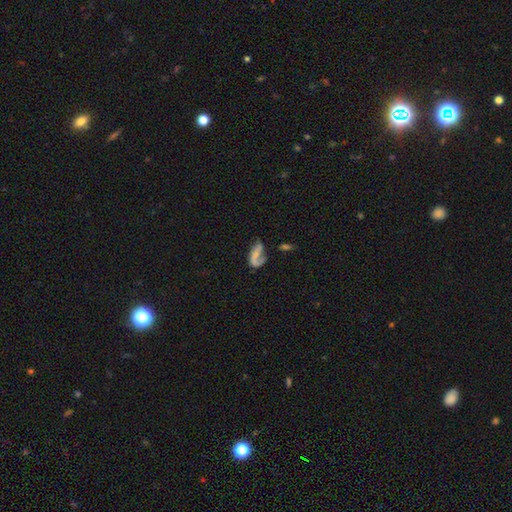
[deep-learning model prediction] This appears to be a featured or disk galaxy (49%). Merging: major disturbance (39%).